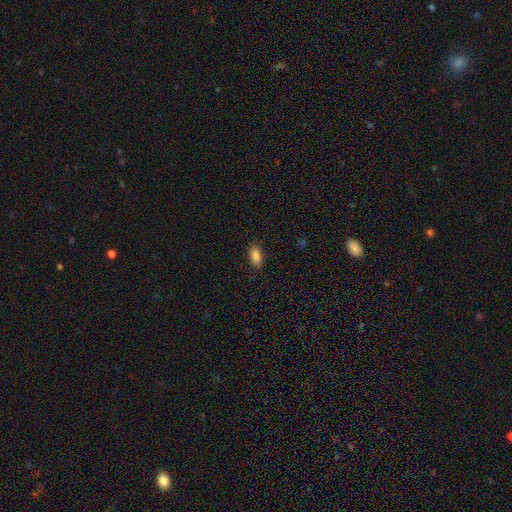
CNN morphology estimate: Smooth or featured? Predicted: smooth (p=0.86). How rounded? Predicted: in between (p=0.89). Merging? Predicted: none (p=0.85).